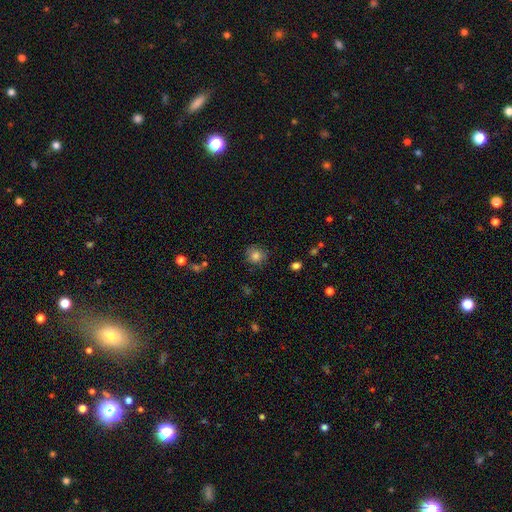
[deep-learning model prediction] Q: Smooth or featured?
A: smooth (81%); runner-up: star or artifact (11%)
Q: How rounded?
A: round (87%); runner-up: in between (12%)
Q: Merging?
A: none (82%); runner-up: minor disturbance (13%)